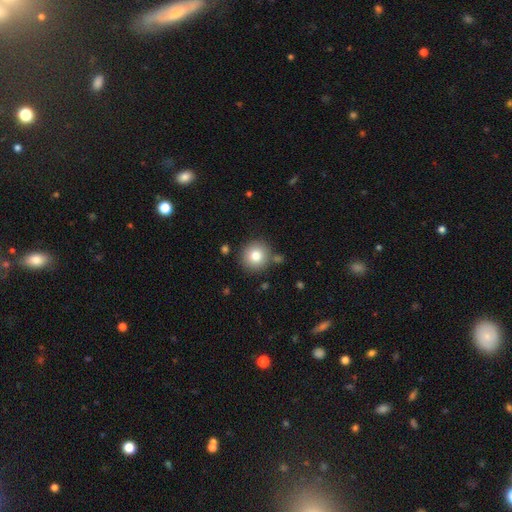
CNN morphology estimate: Smooth or featured? smooth (79%)
How rounded? round (94%)
Merging? none (84%)